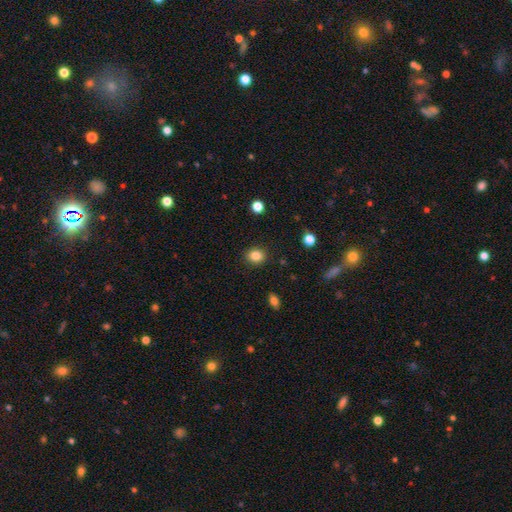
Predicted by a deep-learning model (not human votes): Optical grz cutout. It shows a smooth galaxy with no disk features (84%) that is round (66%). Merging: none (89%).